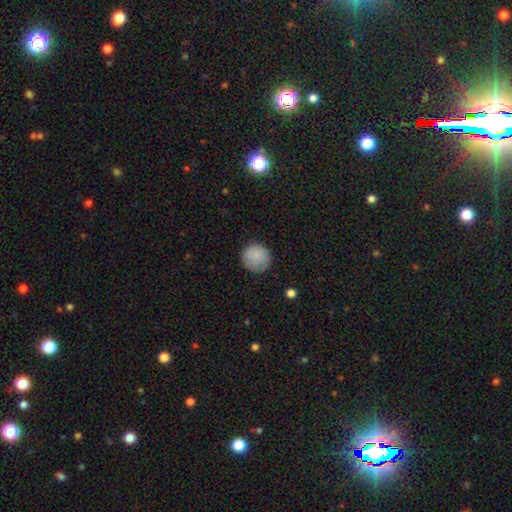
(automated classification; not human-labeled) Smooth or featured?
  - smooth: 86% *
  - star or artifact: 8%
  - featured or disk: 6%
How rounded?
  - round: 92% *
  - in between: 7%
  - cigar-shaped: 1%
Merging?
  - none: 80% *
  - minor disturbance: 15%
  - major disturbance: 4%
  - merger: 1%